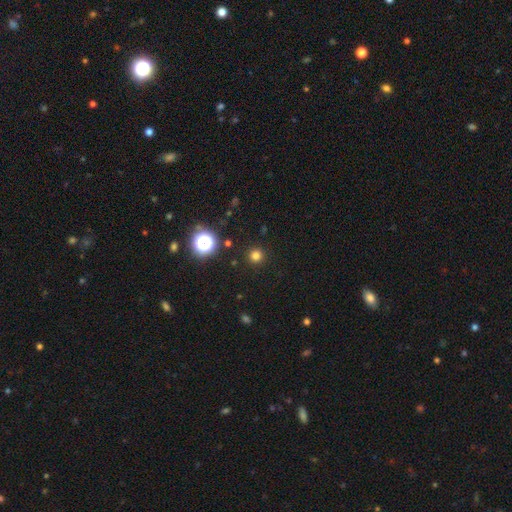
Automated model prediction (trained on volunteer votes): A smooth galaxy with no disk features (76%) that is round (96%). Merging: none (92%).